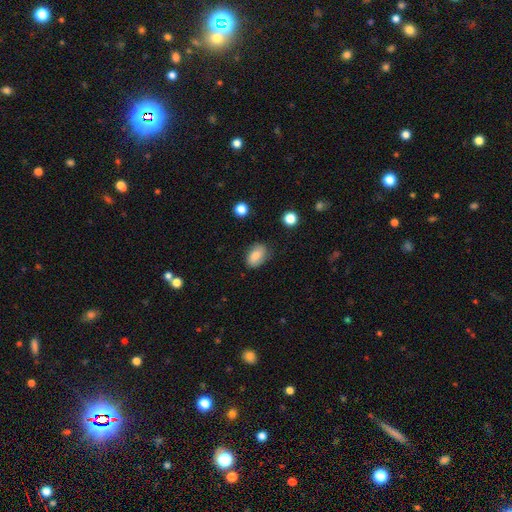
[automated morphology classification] Smooth or featured: smooth — 78% (featured or disk — 14%)
How rounded: in between — 86% (round — 13%)
Merging: none — 75% (minor disturbance — 19%)